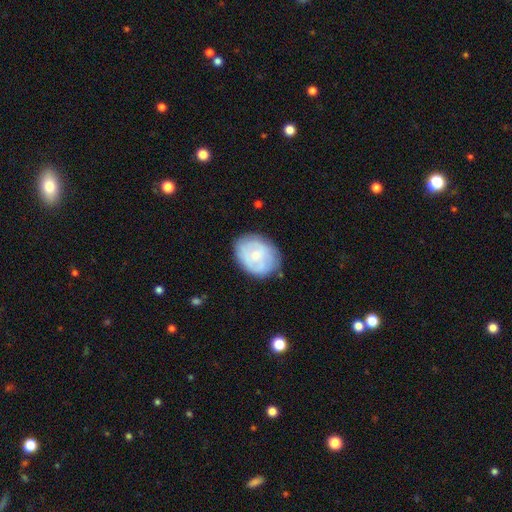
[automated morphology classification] Smooth or featured: smooth — 47% (tied with featured or disk — 47%)
Merging: none — 74% (minor disturbance — 19%)